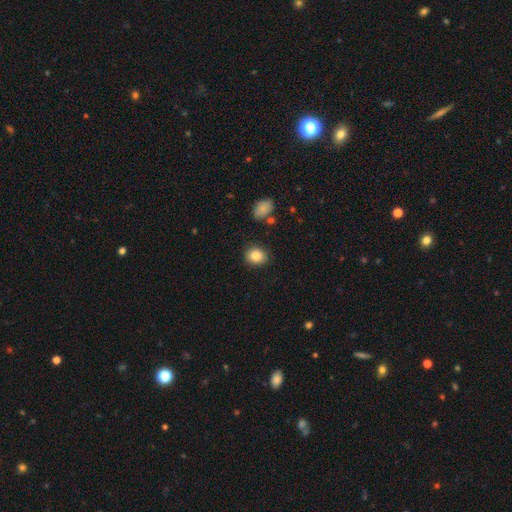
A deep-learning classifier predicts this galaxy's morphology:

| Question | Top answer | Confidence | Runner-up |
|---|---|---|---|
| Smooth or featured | smooth | 85% | star or artifact (9%) |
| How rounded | round | 68% | in between (31%) |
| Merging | none | 87% | minor disturbance (9%) |